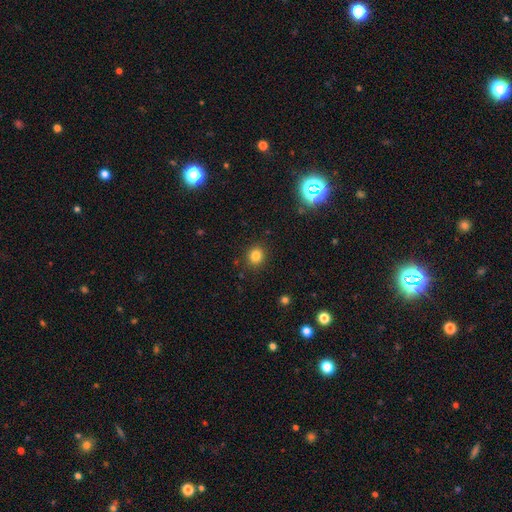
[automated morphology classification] A smooth galaxy with no disk features (82%) that is round (82%). Merging: none (89%).